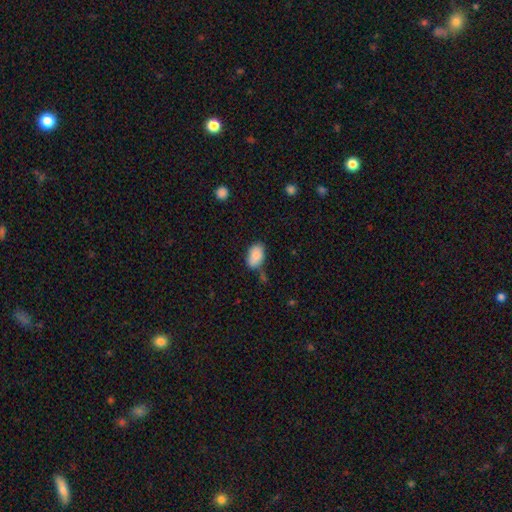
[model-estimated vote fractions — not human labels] smooth_or_featured: smooth (p=0.86) [alt: star or artifact p=0.07]
how_rounded: in between (p=0.91) [alt: round p=0.08]
merging: none (p=0.60) [alt: minor disturbance p=0.25]